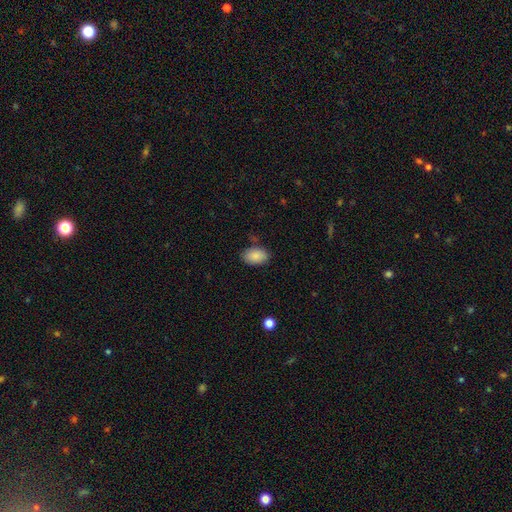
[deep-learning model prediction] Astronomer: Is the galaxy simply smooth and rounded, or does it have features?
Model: smooth — 88%.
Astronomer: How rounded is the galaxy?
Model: in between — 90%.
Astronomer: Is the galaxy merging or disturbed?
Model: none — 82%.